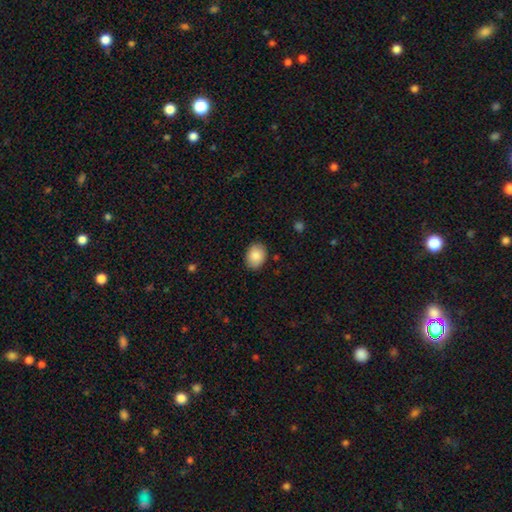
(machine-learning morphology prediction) A smooth galaxy with no disk features (88%) that is in between round and cigar-shaped (62%).

Vote fractions:
- Smooth or featured? smooth: 88% / star or artifact: 7% / featured or disk: 5%
- How rounded? in between: 62% / round: 37% / cigar-shaped: 1%
- Merging? none: 87% / minor disturbance: 10% / major disturbance: 2% / merger: 1%